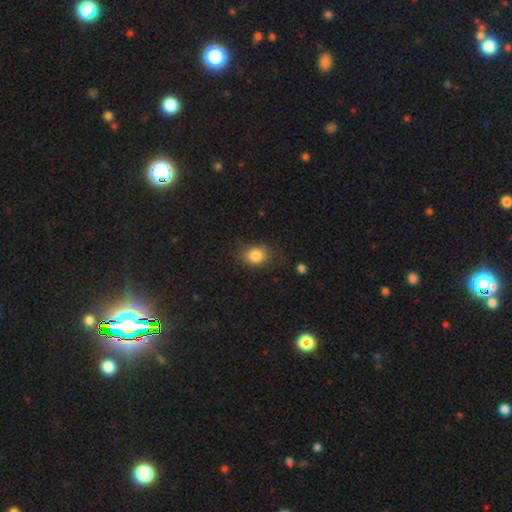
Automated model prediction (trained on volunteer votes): smooth-or-featured: smooth: 84% | star or artifact: 10% | featured or disk: 7%
  how-rounded: in between: 60% | round: 39% | cigar-shaped: 1%
  merging: none: 75% | minor disturbance: 19% | major disturbance: 5% | merger: 2%